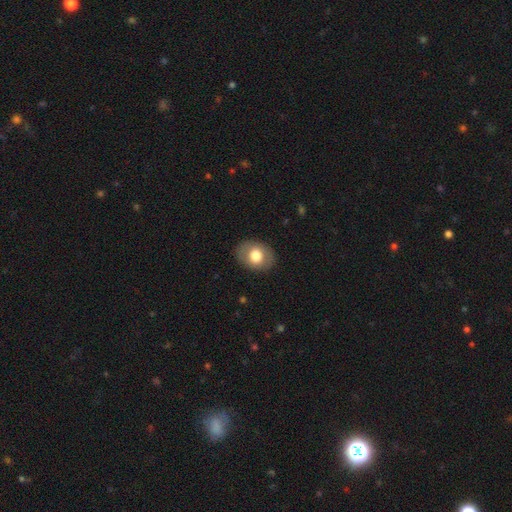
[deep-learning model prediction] The model was most divided on "how rounded": in between: 59%, round: 40%, cigar-shaped: 1%. More confident: merging — none (85%); smooth or featured — smooth (72%).